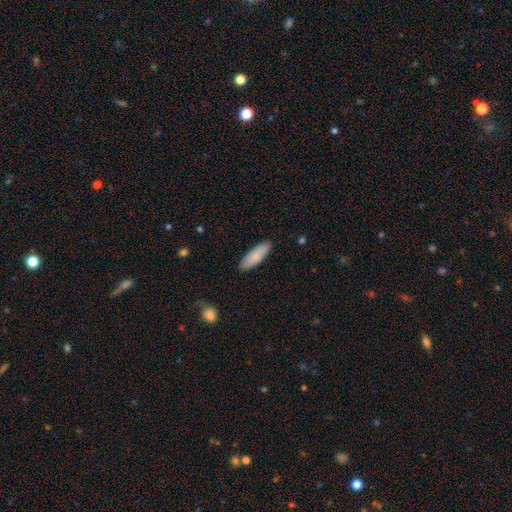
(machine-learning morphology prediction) type=smooth (86%); roundness=in between (54%); merging=none (88%).